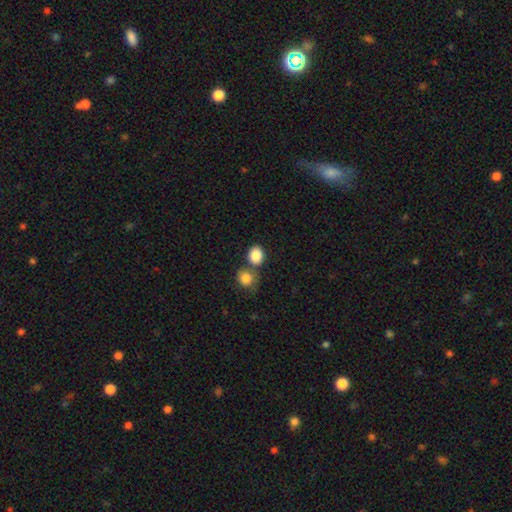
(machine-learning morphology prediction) A smooth galaxy with no disk features (86%) that is round (56%). Merging: none (53%).